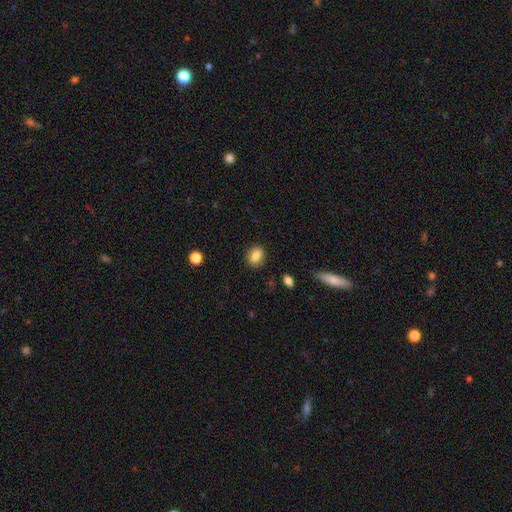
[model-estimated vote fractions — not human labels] A smooth galaxy with no disk features (84%) that is in between round and cigar-shaped (60%).

Vote fractions:
- Smooth or featured? smooth: 84% / star or artifact: 9% / featured or disk: 7%
- How rounded? in between: 60% / round: 38% / cigar-shaped: 2%
- Merging? none: 87% / minor disturbance: 9% / major disturbance: 3% / merger: 2%